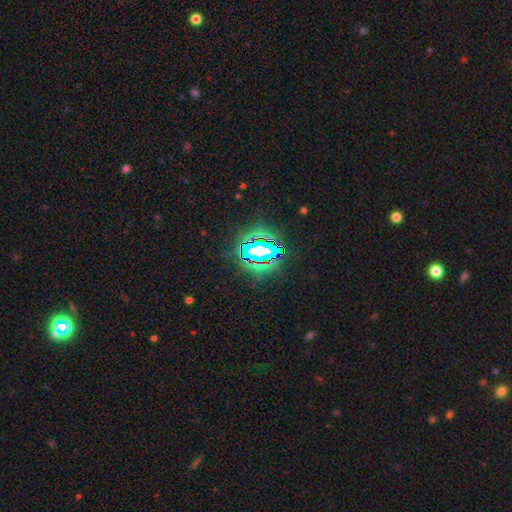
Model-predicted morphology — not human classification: Smooth or featured?
  - star or artifact: 72% *
  - smooth: 16%
  - featured or disk: 12%